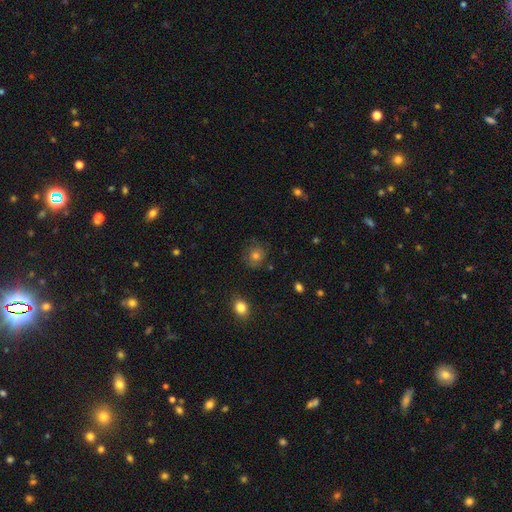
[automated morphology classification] smooth-or-featured: smooth: 63% | featured or disk: 21% | star or artifact: 16%
  how-rounded: round: 80% | in between: 19% | cigar-shaped: 1%
  merging: none: 77% | minor disturbance: 16% | major disturbance: 6% | merger: 2%